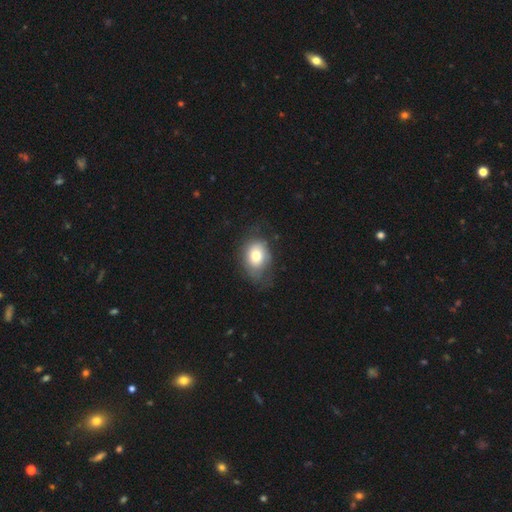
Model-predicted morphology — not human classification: A smooth galaxy with no disk features (71%) that is in between round and cigar-shaped (67%). Merging: none (53%).